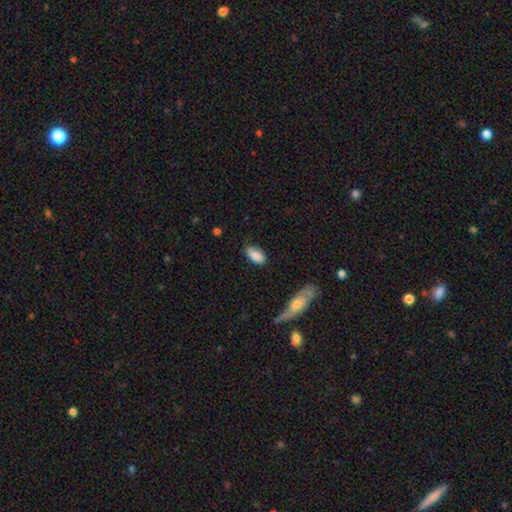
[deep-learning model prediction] This appears to be a smooth galaxy with no disk features (85%) that is in between round and cigar-shaped (92%). Merging: none (72%).